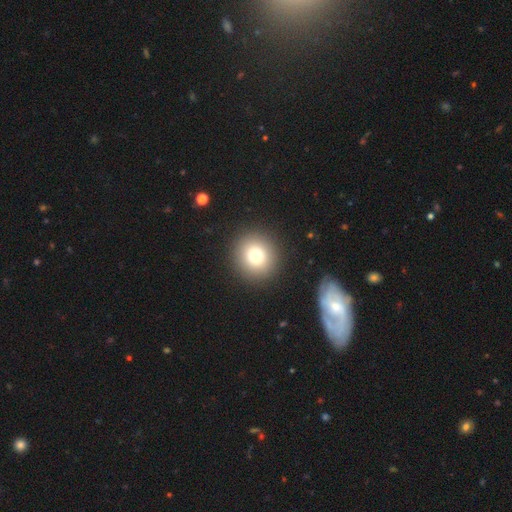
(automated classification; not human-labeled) Overall: smooth (76%). How rounded: round (93%). Merging: none (91%).